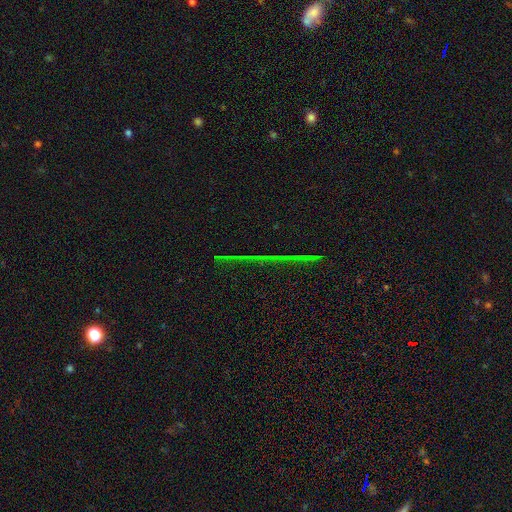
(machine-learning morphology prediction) This appears to be a star or artifact, not a galaxy (63%).